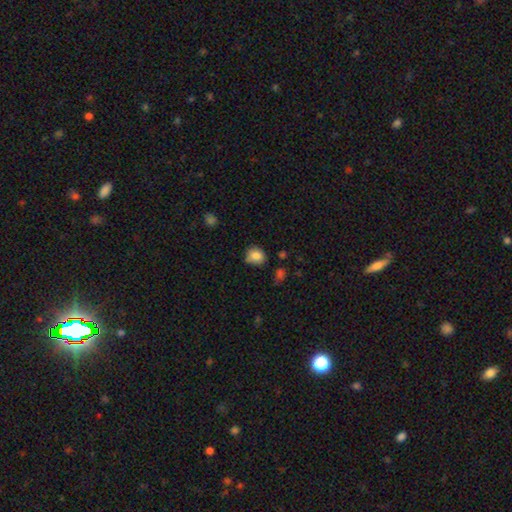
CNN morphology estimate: Overall: smooth (83%). How rounded: round (73%). Merging: none (71%).